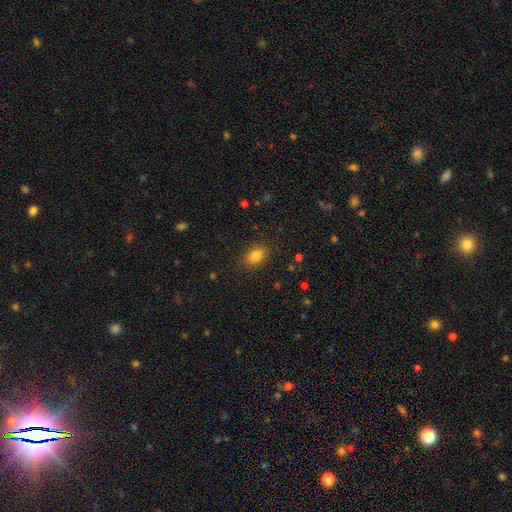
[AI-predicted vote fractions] A smooth galaxy with no disk features (83%) that is in between round and cigar-shaped (67%). Merging: none (86%).